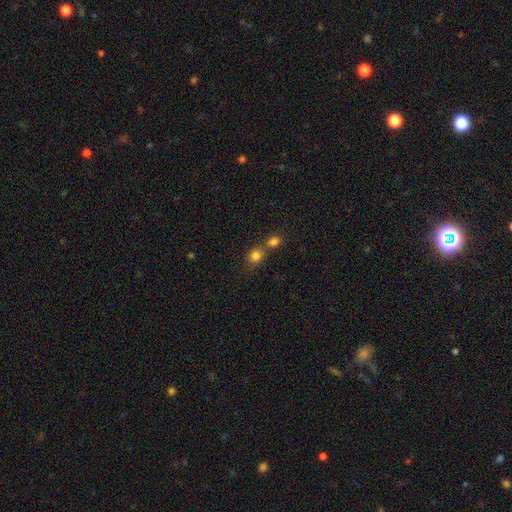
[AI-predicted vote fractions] smooth 81%, star or artifact 12%, featured or disk 7%. Down the decision tree: how rounded — round (75%); merging — merger (46%).